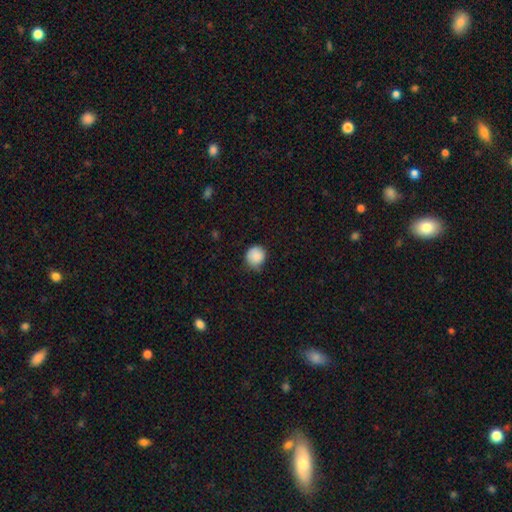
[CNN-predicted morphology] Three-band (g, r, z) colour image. It shows a smooth galaxy with no disk features (86%) that is round (88%). Merging: none (61%).